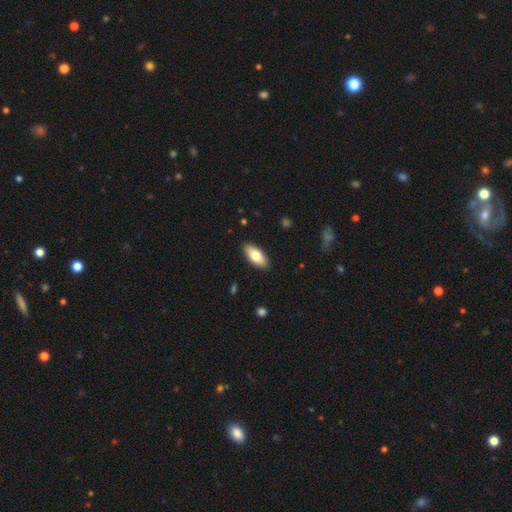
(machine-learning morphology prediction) smooth 76%, featured or disk 18%, star or artifact 6%. Down the decision tree: how rounded — in between (87%); merging — none (89%).